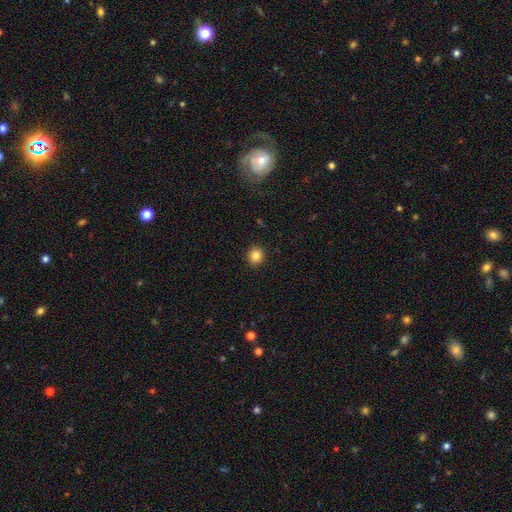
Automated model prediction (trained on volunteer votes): Smooth or featured? Predicted: smooth (p=0.84). How rounded? Predicted: round (p=0.86). Merging? Predicted: none (p=0.92).